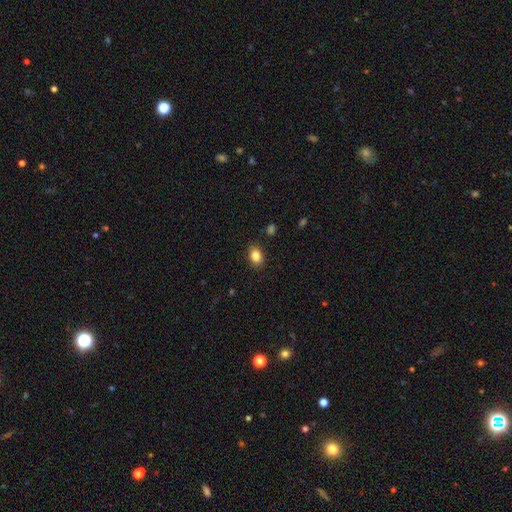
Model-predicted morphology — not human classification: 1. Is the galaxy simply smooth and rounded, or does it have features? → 85% smooth, 9% star or artifact, 6% featured or disk.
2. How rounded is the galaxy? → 75% in between, 24% round, 1% cigar-shaped.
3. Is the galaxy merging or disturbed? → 87% none, 9% minor disturbance, 2% major disturbance, 1% merger.